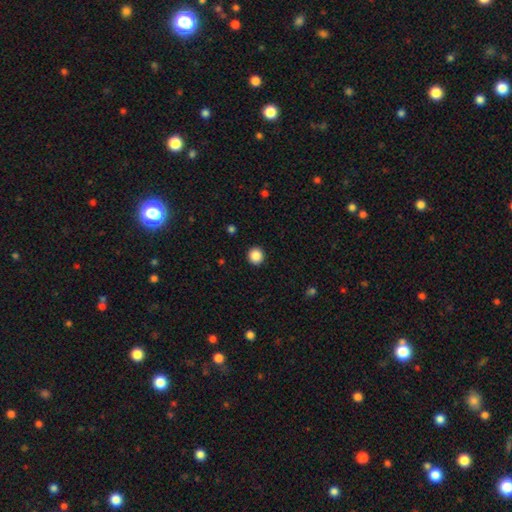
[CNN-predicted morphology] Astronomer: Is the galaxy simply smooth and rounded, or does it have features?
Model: smooth — 88%.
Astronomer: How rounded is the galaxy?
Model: round — 93%.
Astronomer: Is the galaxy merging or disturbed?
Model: none — 93%.